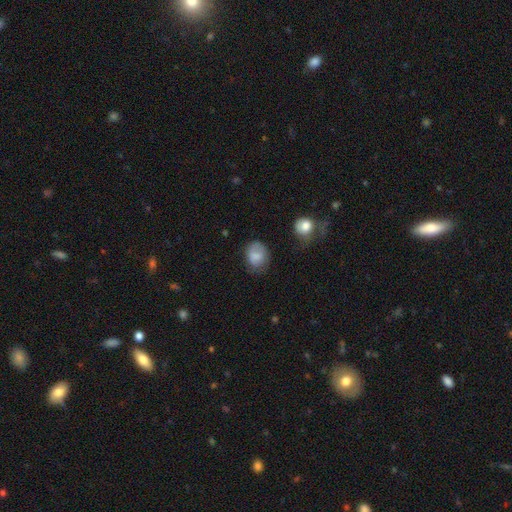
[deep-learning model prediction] Q: Smooth or featured?
A: smooth (79%); runner-up: featured or disk (13%)
Q: How rounded?
A: in between (56%); runner-up: round (43%)
Q: Merging?
A: none (57%); runner-up: minor disturbance (29%)